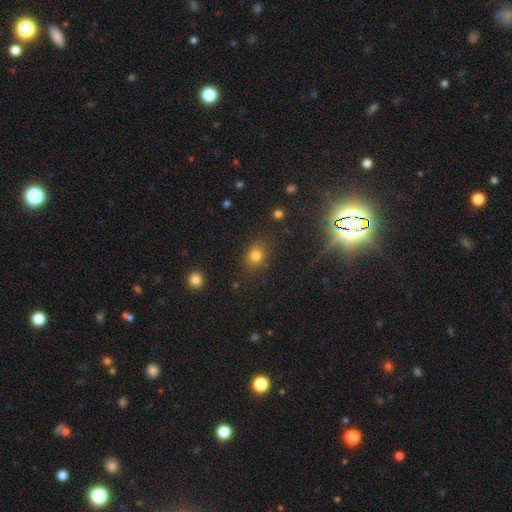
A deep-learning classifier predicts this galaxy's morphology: smooth 78%, star or artifact 15%, featured or disk 7%. Down the decision tree: how rounded — round (52%); merging — none (76%).